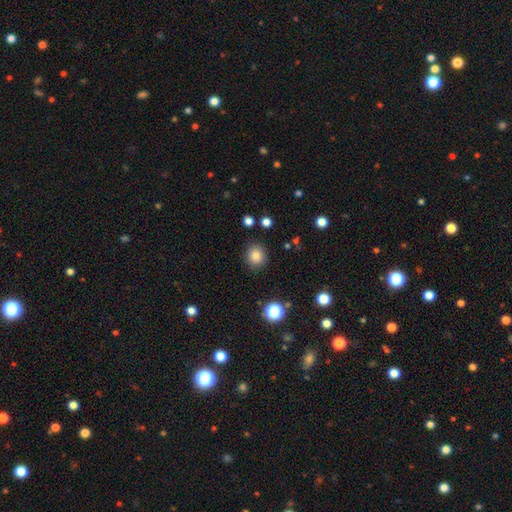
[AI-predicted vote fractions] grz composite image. It shows a smooth galaxy with no disk features (83%) that is round (84%). Merging: none (87%).